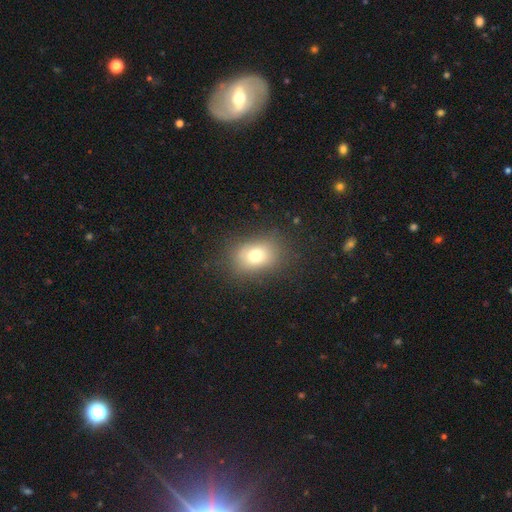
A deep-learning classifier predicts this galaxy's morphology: Smooth or featured: smooth — 75% (star or artifact — 13%)
How rounded: in between — 66% (round — 33%)
Merging: none — 81% (minor disturbance — 13%)